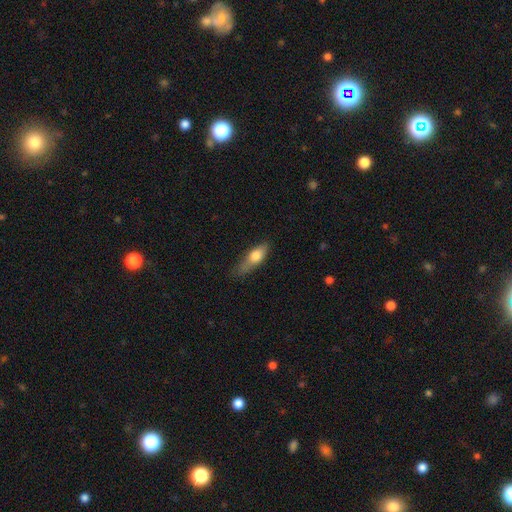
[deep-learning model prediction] Smooth or featured? Predicted: smooth (p=0.70). How rounded? Predicted: in between (p=0.59). Merging? Predicted: none (p=0.50).